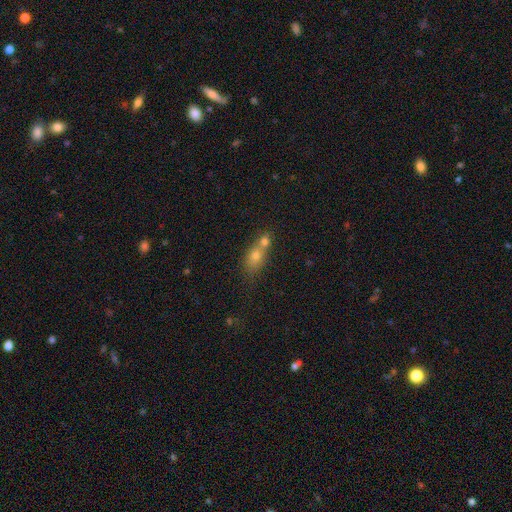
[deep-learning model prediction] smooth_or_featured: smooth (p=0.66) [alt: featured or disk p=0.19]
how_rounded: in between (p=0.52) [alt: round p=0.41]
merging: merger (p=0.62) [alt: none p=0.27]